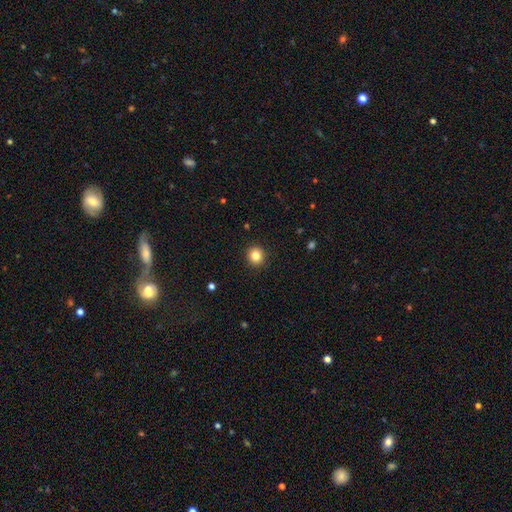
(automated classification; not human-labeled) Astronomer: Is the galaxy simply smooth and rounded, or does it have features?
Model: smooth — 84%.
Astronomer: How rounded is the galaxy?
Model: round — 91%.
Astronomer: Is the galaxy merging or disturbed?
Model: none — 92%.